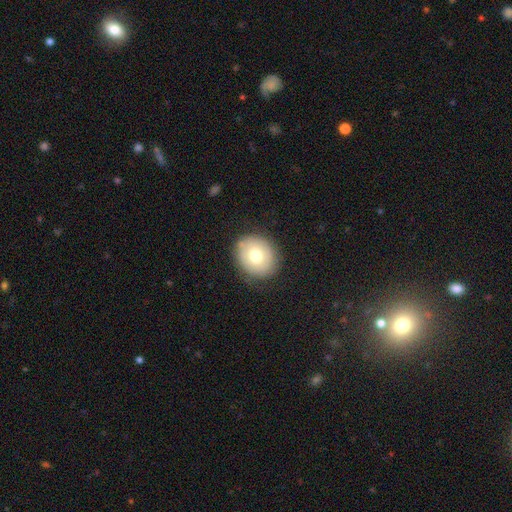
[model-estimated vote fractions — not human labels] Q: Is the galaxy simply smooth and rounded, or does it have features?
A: smooth — 70%.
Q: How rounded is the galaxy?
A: round — 70%.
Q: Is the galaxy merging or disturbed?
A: none — 82%.